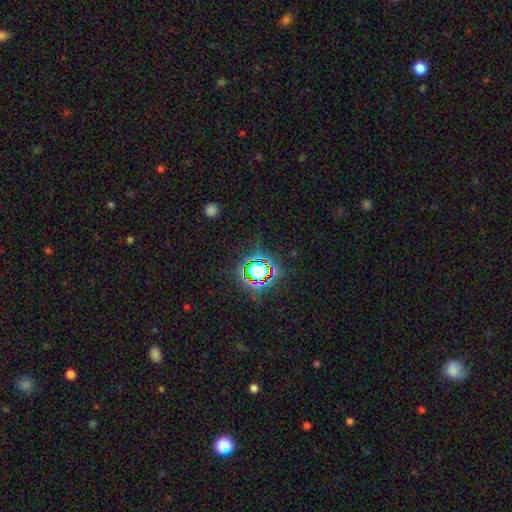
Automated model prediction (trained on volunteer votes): Smooth or featured? Predicted: star or artifact (p=0.79).